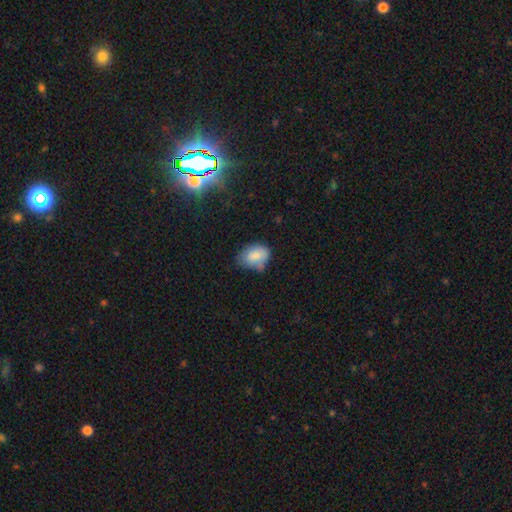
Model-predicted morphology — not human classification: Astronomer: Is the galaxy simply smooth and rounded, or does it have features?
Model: smooth — 81%.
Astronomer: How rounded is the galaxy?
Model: in between — 76%.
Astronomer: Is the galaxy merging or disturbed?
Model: none — 49% (runner-up: minor disturbance, 35%).